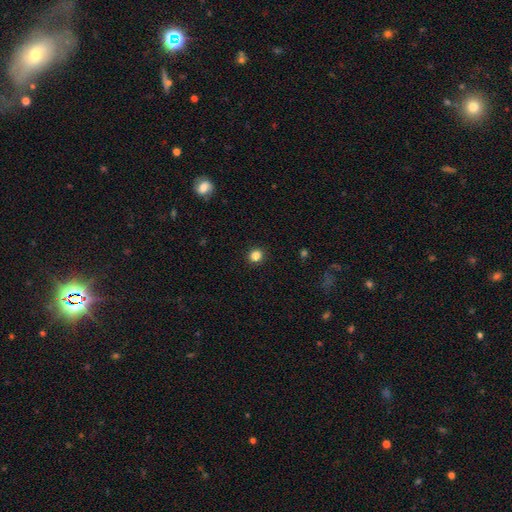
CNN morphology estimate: Overall: smooth (84%). How rounded: round (87%). Merging: none (92%).